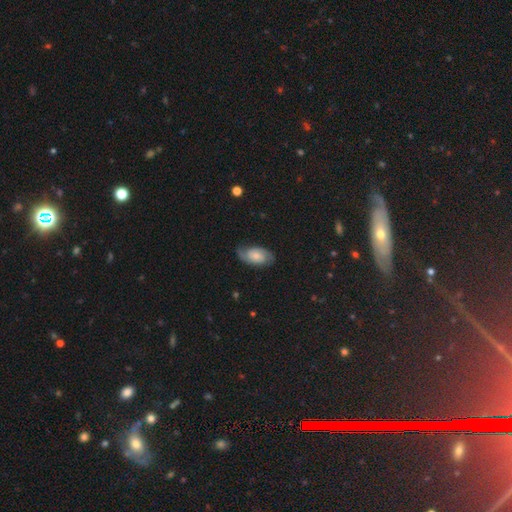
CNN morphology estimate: Smooth or featured: featured or disk — 72% (smooth — 21%)
Edge-on disk: no — 96% (yes — 4%)
Bar: no — 62% (weak — 31%)
Spiral arms: yes — 94% (no — 6%)
Spiral winding: medium — 45% (tight — 37%)
Spiral arm count: 2 — 88% (can't tell — 6%)
Bulge size: small — 50% (moderate — 33%)
Merging: none — 77% (minor disturbance — 16%)